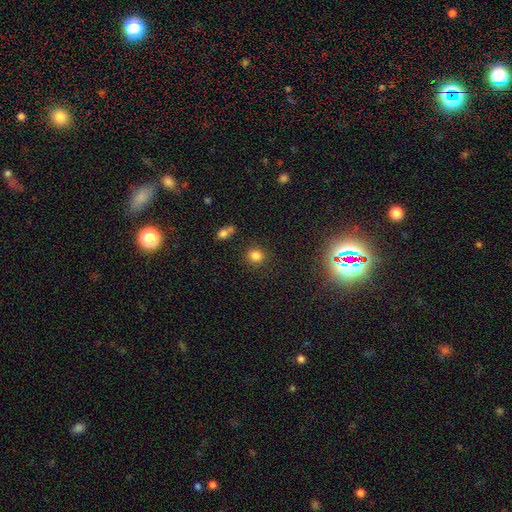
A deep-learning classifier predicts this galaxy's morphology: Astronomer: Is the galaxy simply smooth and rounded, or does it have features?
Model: smooth — 82%.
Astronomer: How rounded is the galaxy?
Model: round — 80%.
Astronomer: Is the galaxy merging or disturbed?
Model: none — 83%.